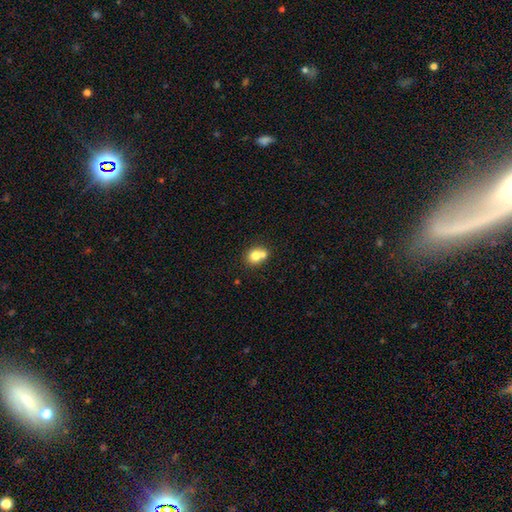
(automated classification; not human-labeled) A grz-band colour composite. It shows a smooth galaxy with no disk features (75%) that is round (69%). Merging: merger (48%).